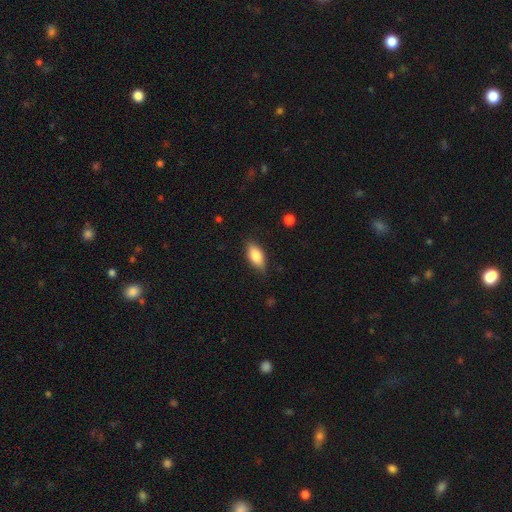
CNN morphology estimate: Overall: smooth (82%). How rounded: in between (87%). Merging: none (80%).